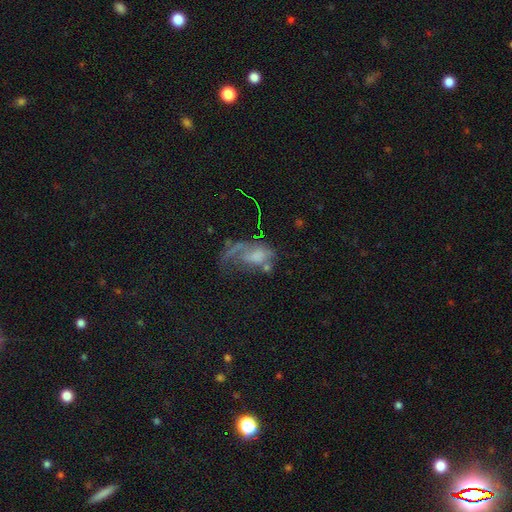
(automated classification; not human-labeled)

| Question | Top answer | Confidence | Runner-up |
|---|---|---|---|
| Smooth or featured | featured or disk | 52% | smooth (32%) |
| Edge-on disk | no | 95% | yes (5%) |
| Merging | major disturbance | 49% | none (23%) |